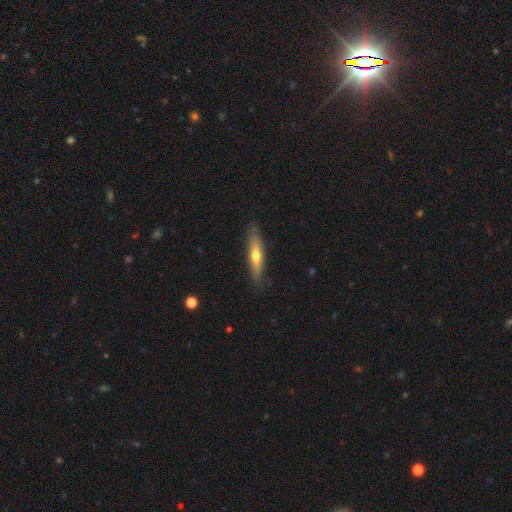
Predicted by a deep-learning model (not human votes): smooth-or-featured: smooth: 53% | featured or disk: 41% | star or artifact: 6%
  how-rounded: cigar-shaped: 77% | in between: 21% | round: 2%
  merging: none: 84% | minor disturbance: 12% | major disturbance: 2% | merger: 1%